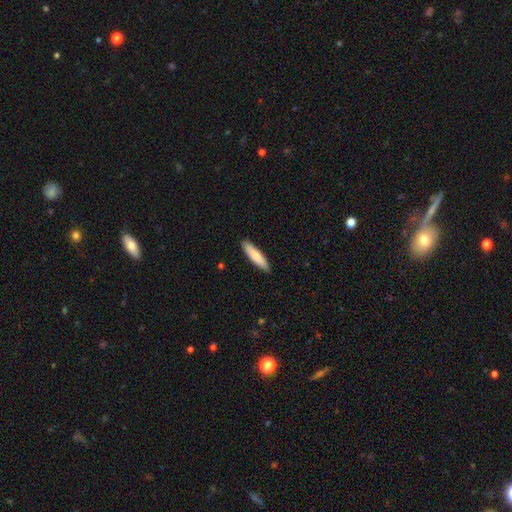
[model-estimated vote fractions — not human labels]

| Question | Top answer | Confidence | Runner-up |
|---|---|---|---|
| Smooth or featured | smooth | 80% | featured or disk (15%) |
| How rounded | cigar-shaped | 78% | in between (21%) |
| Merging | none | 88% | minor disturbance (10%) |